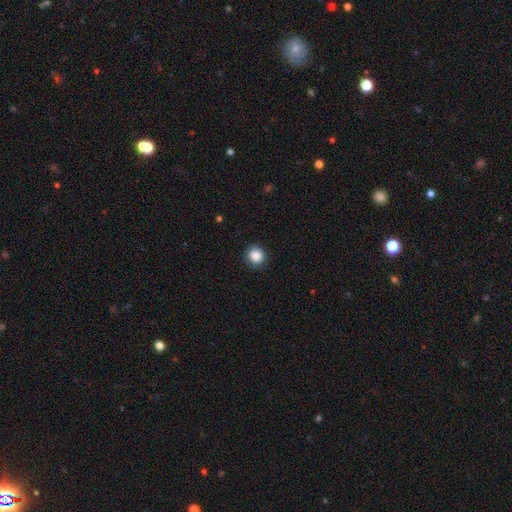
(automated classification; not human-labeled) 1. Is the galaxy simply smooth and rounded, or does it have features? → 87% smooth, 9% star or artifact, 4% featured or disk.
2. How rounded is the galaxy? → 92% round, 7% in between, 1% cigar-shaped.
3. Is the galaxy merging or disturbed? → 90% none, 7% minor disturbance, 2% major disturbance, 1% merger.